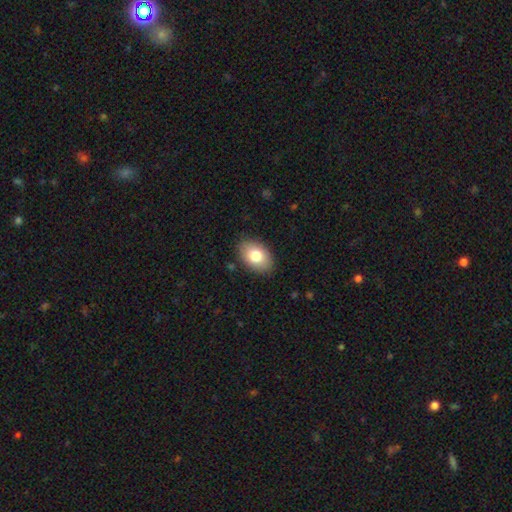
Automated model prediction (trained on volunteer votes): Smooth or featured?
  - smooth: 80% *
  - featured or disk: 13%
  - star or artifact: 7%
How rounded?
  - in between: 87% *
  - round: 12%
  - cigar-shaped: 1%
Merging?
  - none: 87% *
  - minor disturbance: 10%
  - major disturbance: 2%
  - merger: 1%